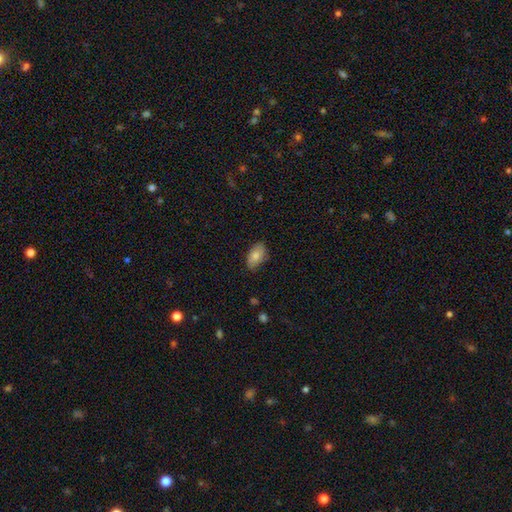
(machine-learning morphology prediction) Smooth or featured? smooth (79%)
How rounded? in between (93%)
Merging? none (75%)